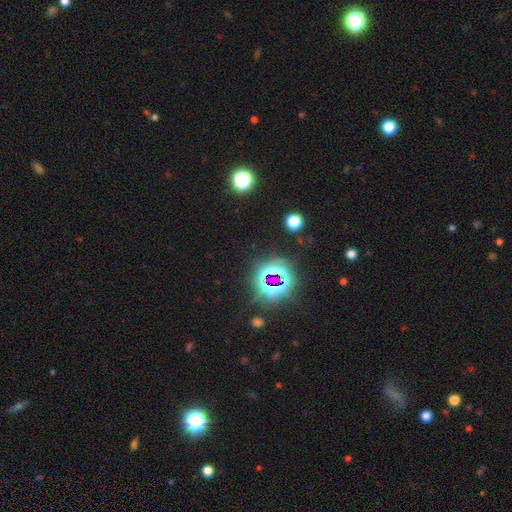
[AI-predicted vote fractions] Smooth or featured?
  - star or artifact: 77% *
  - smooth: 14%
  - featured or disk: 9%